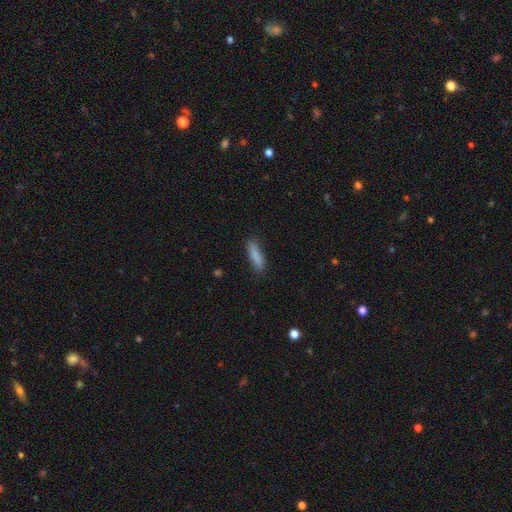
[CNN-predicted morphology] Smooth or featured: smooth — 86% (featured or disk — 7%)
How rounded: cigar-shaped — 68% (in between — 31%)
Merging: none — 84% (minor disturbance — 12%)